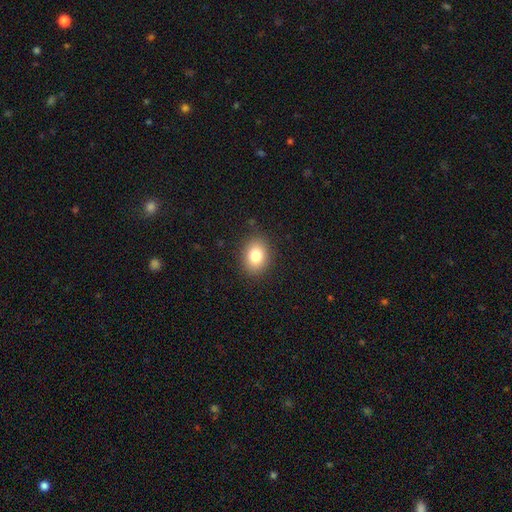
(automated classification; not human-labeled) Morphology: type=smooth (82%); roundness=in between (59%); merging=none (87%).